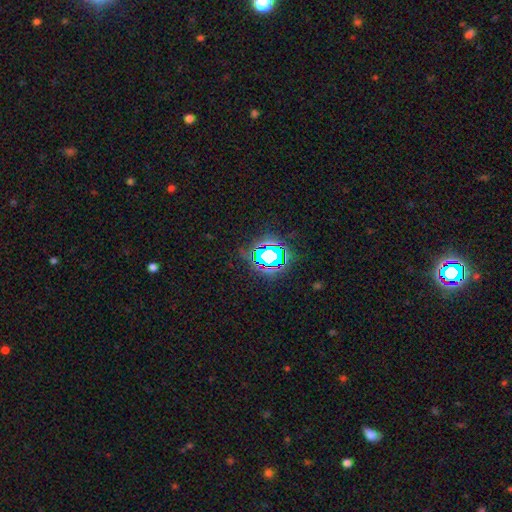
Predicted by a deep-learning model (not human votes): Smooth or featured? Predicted: star or artifact (p=0.80).